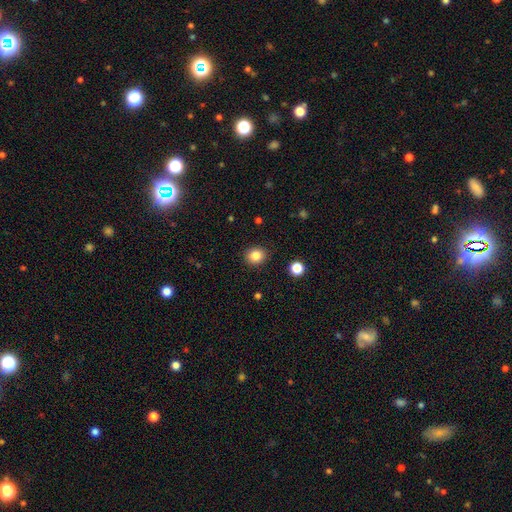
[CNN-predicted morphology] type=smooth (84%); roundness=round (76%); merging=none (90%).